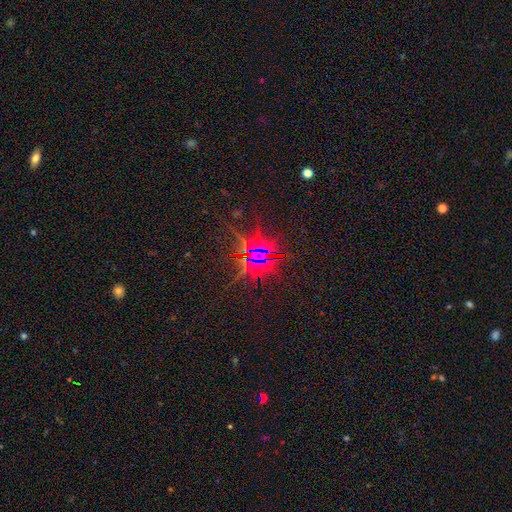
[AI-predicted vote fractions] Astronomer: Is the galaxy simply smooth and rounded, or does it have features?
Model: star or artifact — 81%.